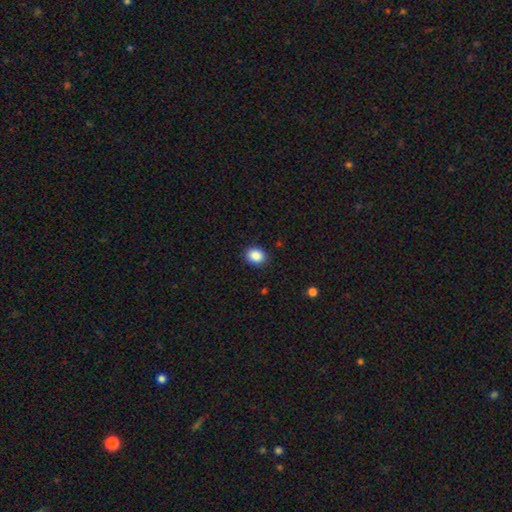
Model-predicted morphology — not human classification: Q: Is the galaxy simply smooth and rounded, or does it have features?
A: smooth — 89%.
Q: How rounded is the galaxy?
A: round — 51%.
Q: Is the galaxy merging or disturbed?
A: none — 89%.